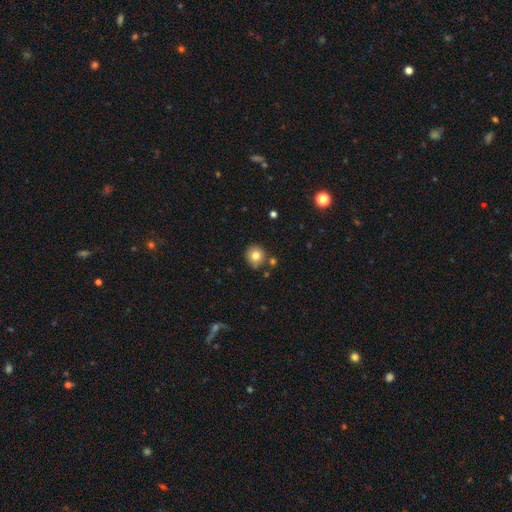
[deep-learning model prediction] This is likely a smooth galaxy (79%). How rounded: clearly round (90%). Merging: likely none (79%).